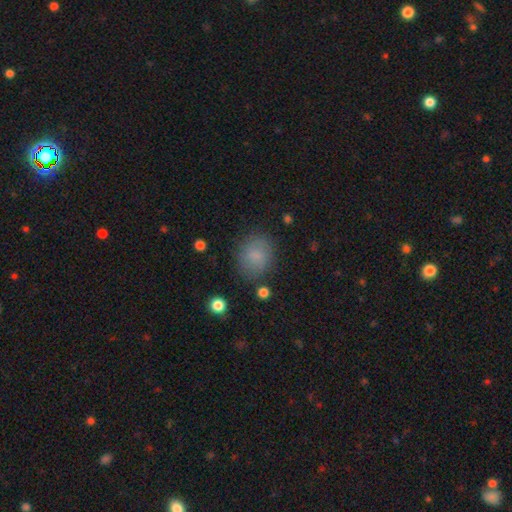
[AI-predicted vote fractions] Smooth or featured?
  - smooth: 78% *
  - featured or disk: 12%
  - star or artifact: 10%
How rounded?
  - round: 59% *
  - in between: 40%
  - cigar-shaped: 1%
Merging?
  - none: 79% *
  - minor disturbance: 14%
  - major disturbance: 4%
  - merger: 2%